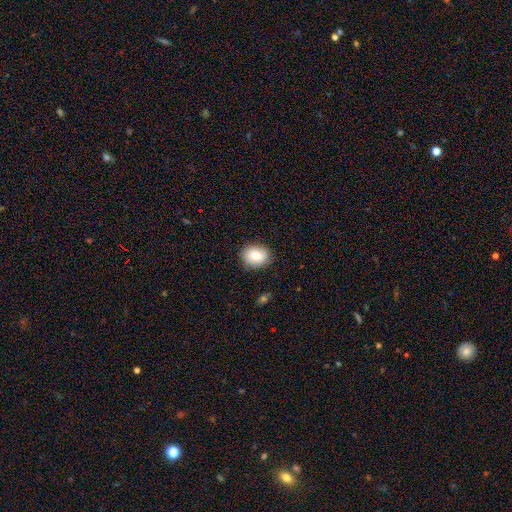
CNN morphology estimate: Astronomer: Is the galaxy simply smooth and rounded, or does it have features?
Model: smooth — 79%.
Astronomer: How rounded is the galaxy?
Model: round — 52% (runner-up: in between, 47%).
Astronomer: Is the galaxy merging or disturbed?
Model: none — 85%.